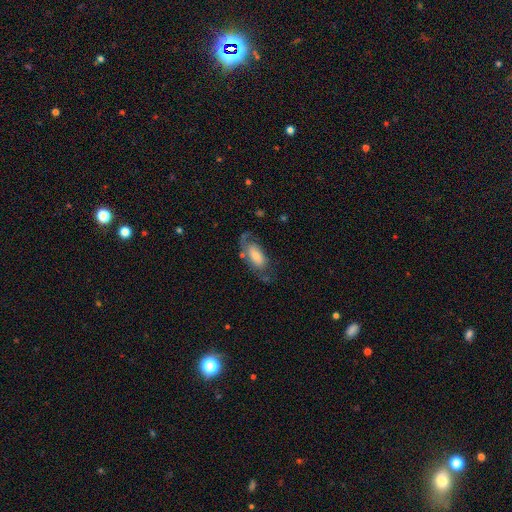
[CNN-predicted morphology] Overall: featured or disk (48%; smooth 44%). Merging: none (51%; minor disturbance 23%).